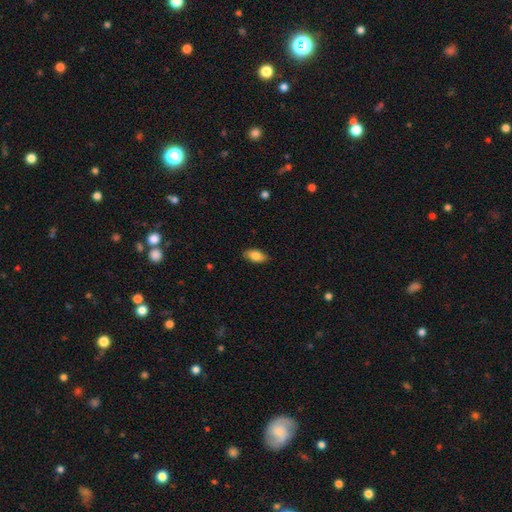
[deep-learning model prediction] Overall: smooth (84%). How rounded: in between (90%). Merging: none (87%).